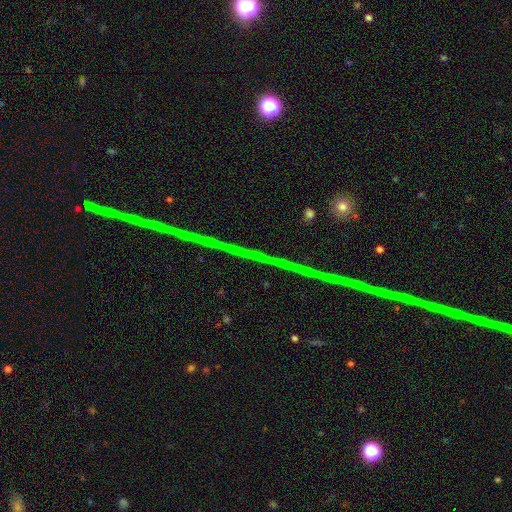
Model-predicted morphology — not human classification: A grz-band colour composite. It shows a star or artifact, not a galaxy (81%).